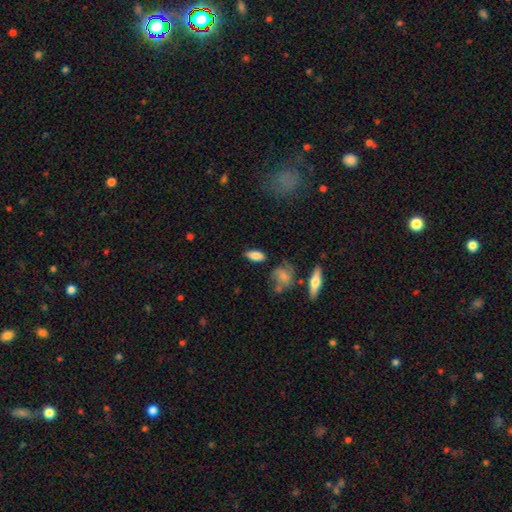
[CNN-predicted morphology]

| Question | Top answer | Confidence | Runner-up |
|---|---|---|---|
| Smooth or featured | smooth | 80% | featured or disk (12%) |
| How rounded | in between | 81% | cigar-shaped (16%) |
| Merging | none | 78% | minor disturbance (14%) |